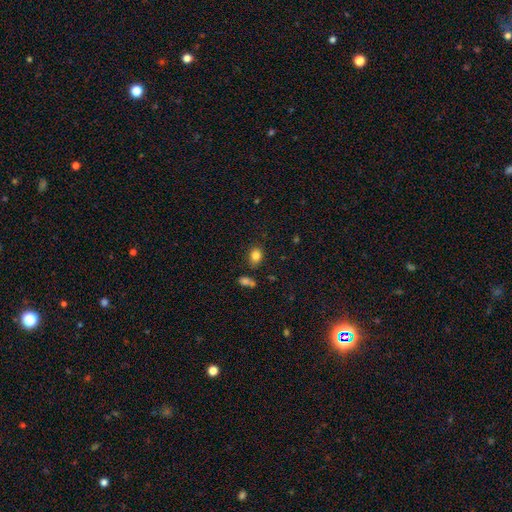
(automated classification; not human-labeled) smooth 83%, star or artifact 11%, featured or disk 6%. Down the decision tree: how rounded — in between (62%); merging — none (77%).